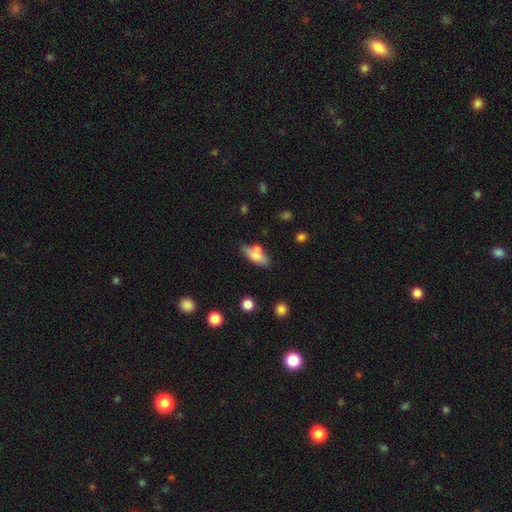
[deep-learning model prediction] Overall: smooth (67%). How rounded: in between (64%; cigar-shaped 32%). Merging: none (59%; merger 20%).